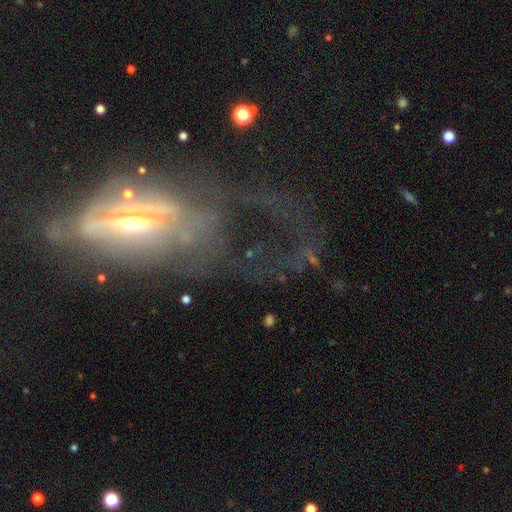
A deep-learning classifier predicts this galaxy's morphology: Q: Smooth or featured?
A: featured or disk (69%); runner-up: smooth (18%)
Q: Edge-on disk?
A: no (83%); runner-up: yes (17%)
Q: Bar?
A: no (51%); runner-up: weak (27%)
Q: Spiral arms?
A: no (55%); runner-up: yes (45%)
Q: Bulge size?
A: moderate (47%); runner-up: small (43%)
Q: Merging?
A: major disturbance (54%); runner-up: none (25%)